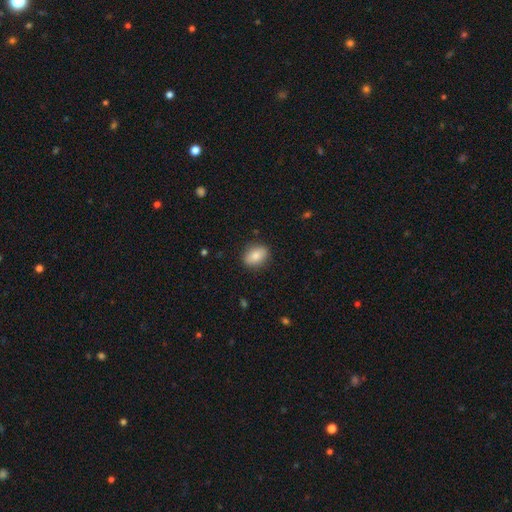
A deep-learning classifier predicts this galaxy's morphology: This is clearly a smooth galaxy (81%). How rounded: likely in between (70%). Merging: clearly none (86%).